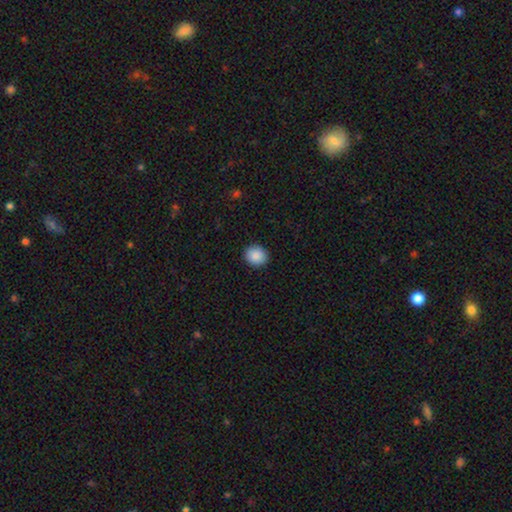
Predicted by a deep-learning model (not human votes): Smooth or featured: smooth — 89% (star or artifact — 8%)
How rounded: round — 73% (in between — 27%)
Merging: none — 91% (minor disturbance — 7%)